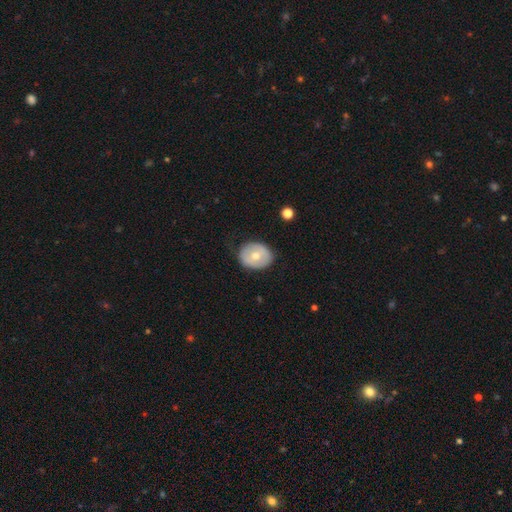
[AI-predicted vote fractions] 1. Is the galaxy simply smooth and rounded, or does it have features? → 59% smooth, 35% featured or disk, 7% star or artifact.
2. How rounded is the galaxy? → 55% round, 44% in between, 1% cigar-shaped.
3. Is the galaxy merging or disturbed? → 79% none, 16% minor disturbance, 4% major disturbance, 1% merger.